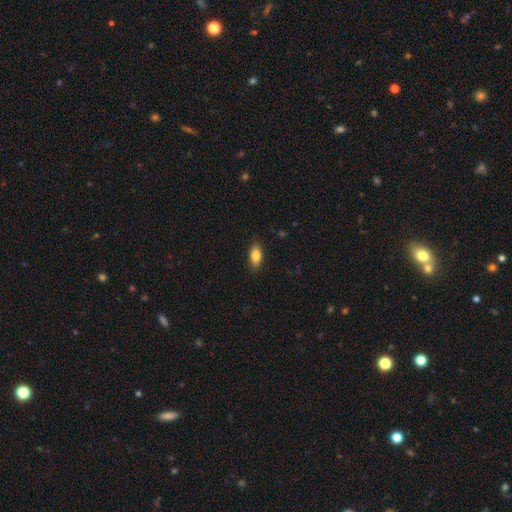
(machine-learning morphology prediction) smooth-or-featured: smooth: 84% | featured or disk: 9% | star or artifact: 7%
  how-rounded: in between: 89% | cigar-shaped: 7% | round: 4%
  merging: none: 87% | minor disturbance: 10% | major disturbance: 2% | merger: 1%